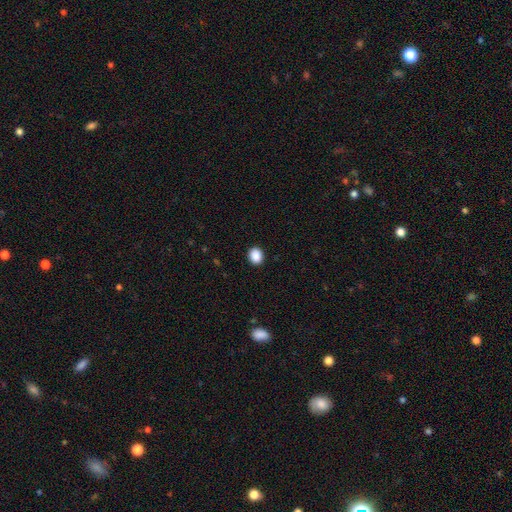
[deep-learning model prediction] Smooth or featured?
  - smooth: 89% *
  - star or artifact: 8%
  - featured or disk: 2%
How rounded?
  - round: 52% *
  - in between: 48%
  - cigar-shaped: 1%
Merging?
  - none: 91% *
  - minor disturbance: 6%
  - major disturbance: 2%
  - merger: 1%